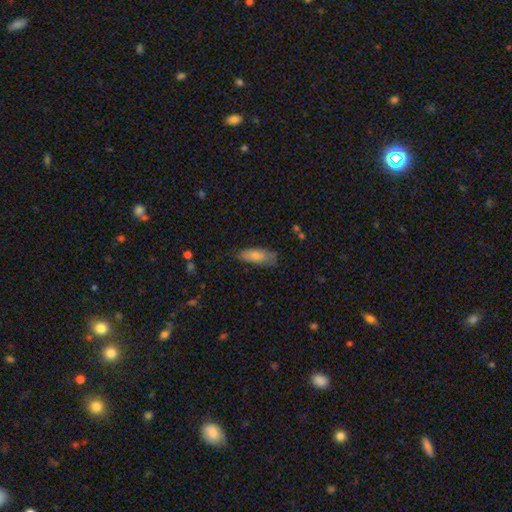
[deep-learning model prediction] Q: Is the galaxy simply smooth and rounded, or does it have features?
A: smooth — 79%.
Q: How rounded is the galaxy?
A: in between — 76%.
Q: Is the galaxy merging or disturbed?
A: none — 63%.